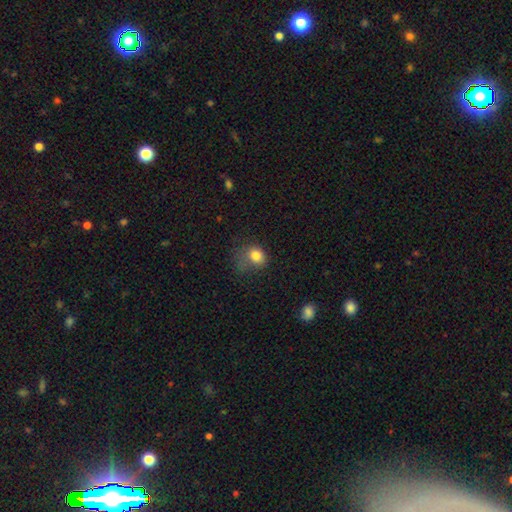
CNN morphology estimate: smooth 80%, star or artifact 11%, featured or disk 10%. Down the decision tree: how rounded — round (56%); merging — none (36%).